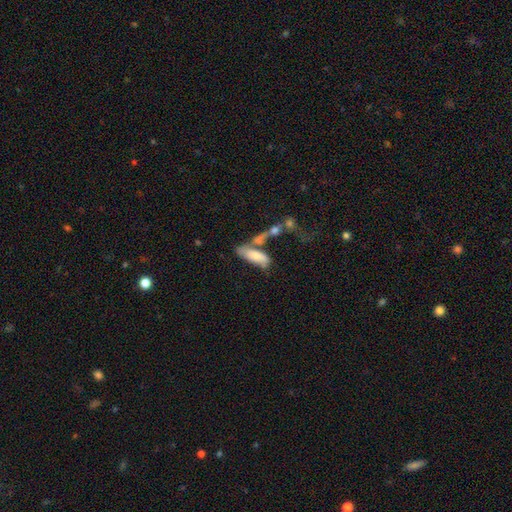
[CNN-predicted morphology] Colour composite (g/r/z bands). It shows a smooth galaxy with no disk features (65%) that is in between round and cigar-shaped (72%). Merging: merger (42%).